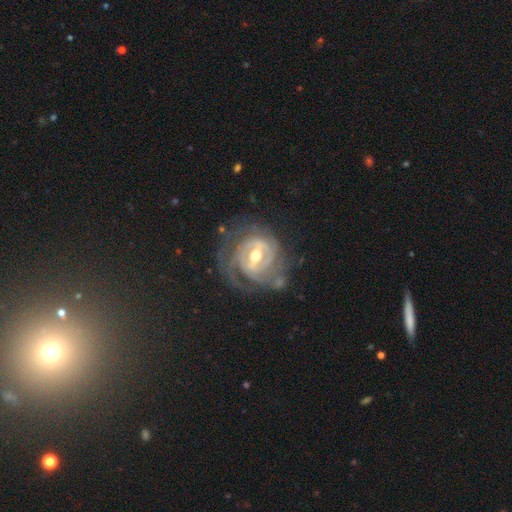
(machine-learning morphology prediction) Smooth or featured?
  - featured or disk: 89% *
  - smooth: 6%
  - star or artifact: 5%
Edge-on disk?
  - no: 96% *
  - yes: 4%
Bar?
  - strong: 50% *
  - weak: 38%
  - no: 11%
Spiral arms?
  - yes: 95% *
  - no: 5%
Spiral winding?
  - tight: 71% *
  - medium: 23%
  - loose: 6%
Spiral arm count?
  - 2: 28% *
  - 3: 26%
  - can't tell: 26%
  - 4: 9%
  - 1: 6%
  - more than 4: 5%
Bulge size?
  - moderate: 70% *
  - small: 21%
  - large: 6%
  - none: 1%
  - dominant: 1%
Merging?
  - none: 64% *
  - minor disturbance: 19%
  - major disturbance: 14%
  - merger: 3%